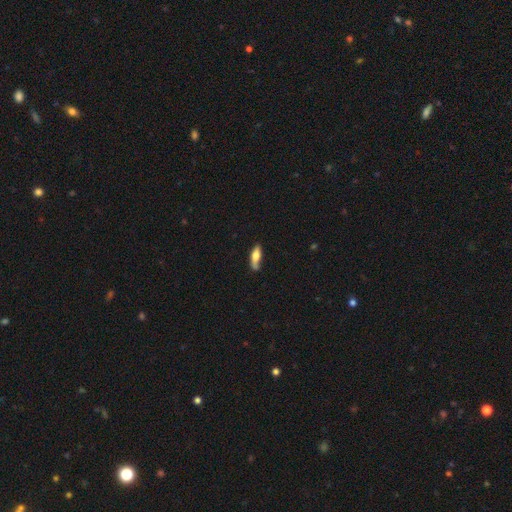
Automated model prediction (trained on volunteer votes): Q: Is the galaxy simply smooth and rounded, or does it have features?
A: smooth — 63%.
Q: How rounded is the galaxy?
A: in between — 55%.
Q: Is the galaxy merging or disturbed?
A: none — 62%.